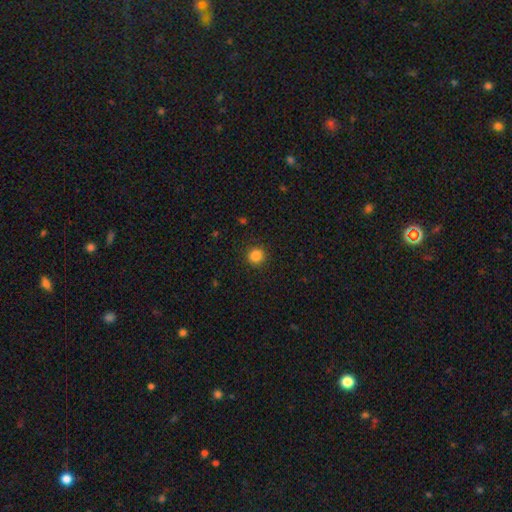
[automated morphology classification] Smooth or featured? smooth (85%)
How rounded? round (94%)
Merging? none (91%)